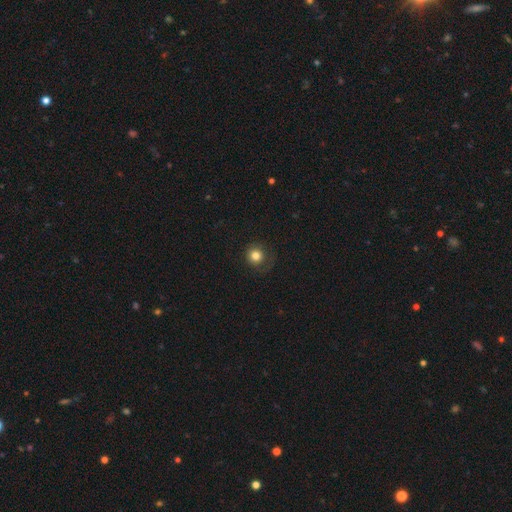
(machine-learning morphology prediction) smooth-or-featured: smooth: 81% | star or artifact: 12% | featured or disk: 8%
  how-rounded: round: 93% | in between: 6% | cigar-shaped: 1%
  merging: none: 77% | minor disturbance: 14% | major disturbance: 8% | merger: 1%